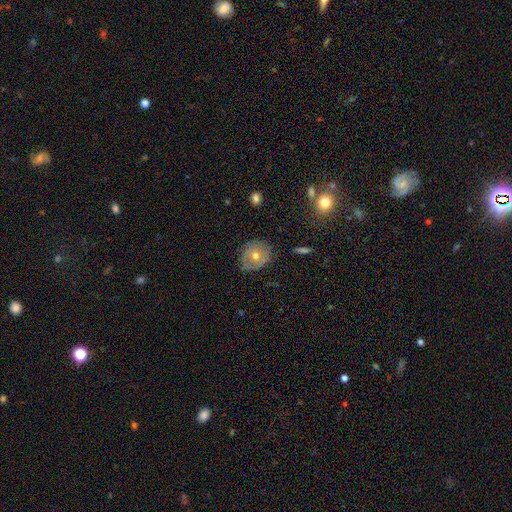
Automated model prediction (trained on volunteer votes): Morphology: type=featured or disk (47%); merging=none (75%).